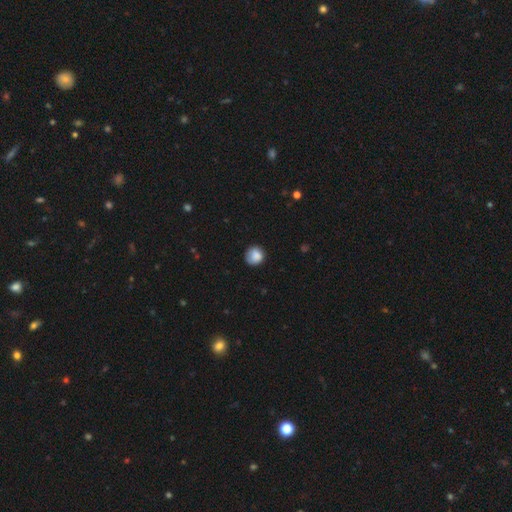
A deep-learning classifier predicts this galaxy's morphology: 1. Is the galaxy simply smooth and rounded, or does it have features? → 86% smooth, 9% star or artifact, 6% featured or disk.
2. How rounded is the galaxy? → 88% round, 11% in between, 1% cigar-shaped.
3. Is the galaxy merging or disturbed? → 77% none, 17% minor disturbance, 4% major disturbance, 1% merger.